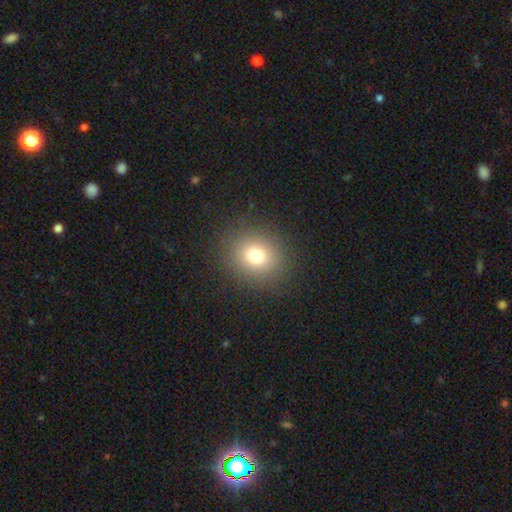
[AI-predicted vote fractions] A smooth galaxy with no disk features (74%) that is round (78%). Merging: none (89%).